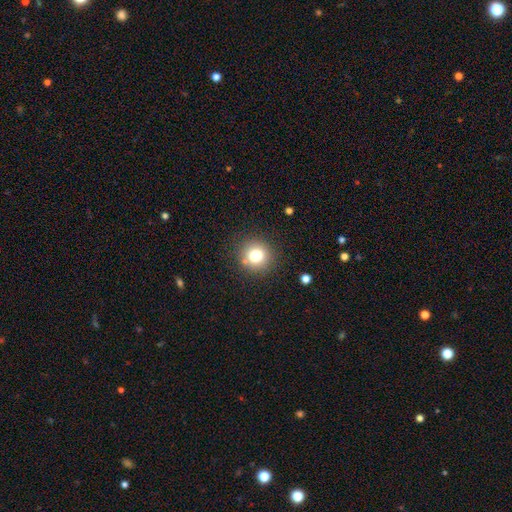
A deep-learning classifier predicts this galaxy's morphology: The model was most divided on "smooth or featured": smooth: 78%, star or artifact: 13%, featured or disk: 9%. More confident: how rounded — round (92%); merging — none (86%).